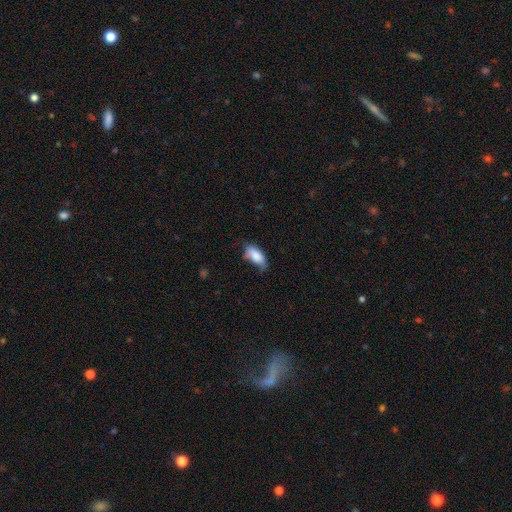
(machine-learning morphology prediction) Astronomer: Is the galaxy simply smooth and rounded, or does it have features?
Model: smooth — 85%.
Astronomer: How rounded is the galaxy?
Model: in between — 89%.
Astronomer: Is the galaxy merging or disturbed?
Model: none — 45% (runner-up: minor disturbance, 40%).